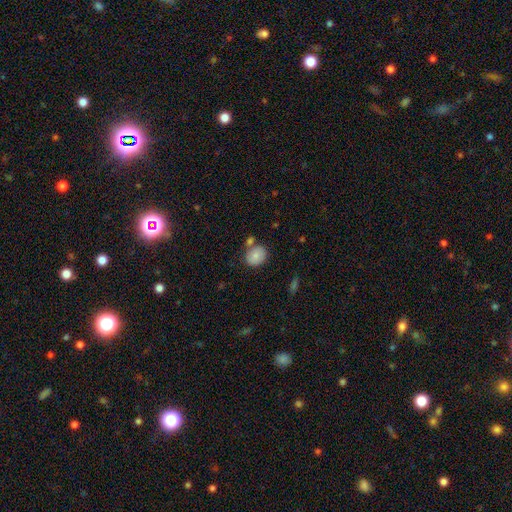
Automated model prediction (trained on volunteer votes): smooth-or-featured: smooth: 79% | featured or disk: 13% | star or artifact: 8%
  how-rounded: round: 60% | in between: 39% | cigar-shaped: 1%
  merging: none: 63% | merger: 18% | minor disturbance: 15% | major disturbance: 4%